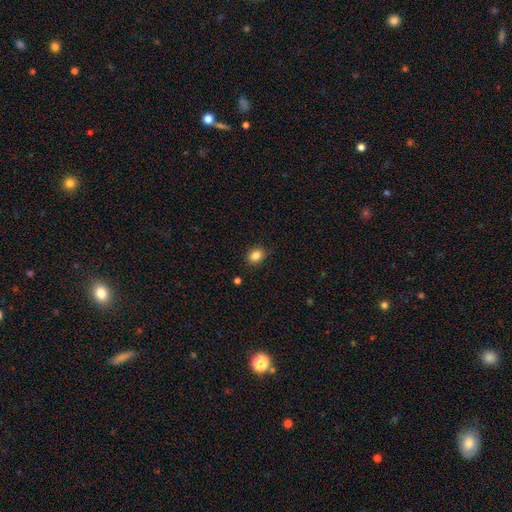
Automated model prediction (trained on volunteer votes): Smooth or featured? Predicted: smooth (p=0.85). How rounded? Predicted: in between (p=0.50). Merging? Predicted: none (p=0.88).